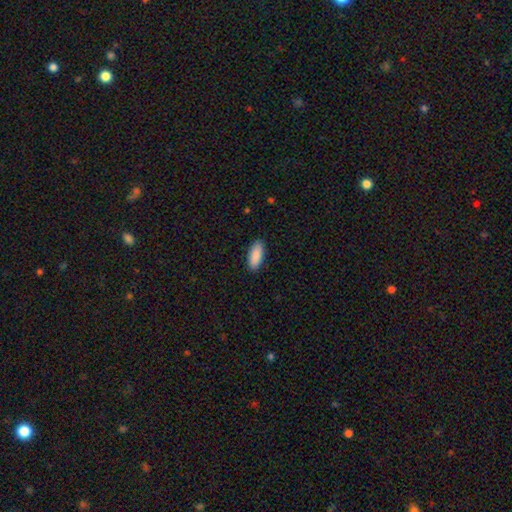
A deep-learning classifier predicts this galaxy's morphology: Smooth or featured?
  - smooth: 90% *
  - star or artifact: 6%
  - featured or disk: 5%
How rounded?
  - in between: 82% *
  - cigar-shaped: 17%
  - round: 2%
Merging?
  - none: 89% *
  - minor disturbance: 8%
  - major disturbance: 2%
  - merger: 1%